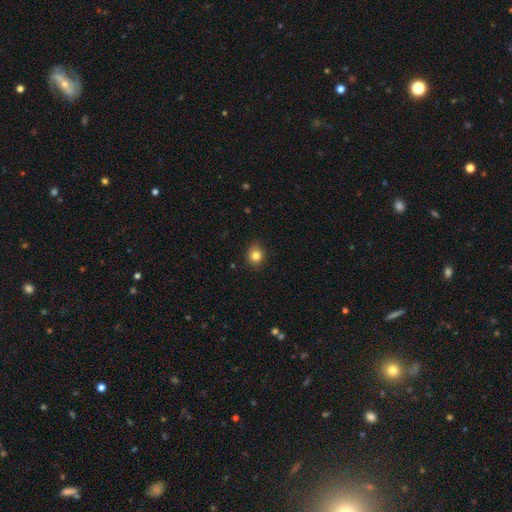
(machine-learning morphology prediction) smooth_or_featured: smooth (p=0.83) [alt: star or artifact p=0.11]
how_rounded: round (p=0.77) [alt: in between p=0.22]
merging: none (p=0.84) [alt: minor disturbance p=0.13]